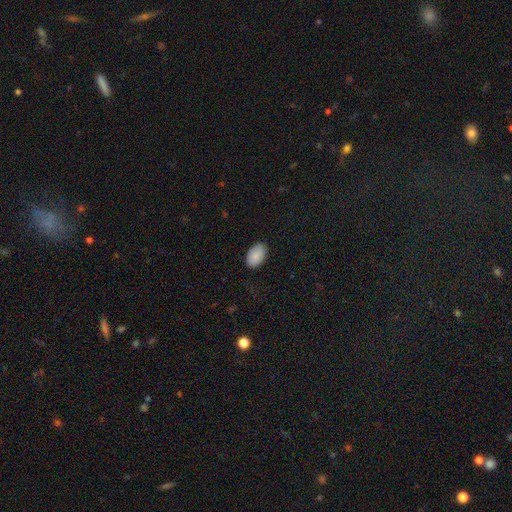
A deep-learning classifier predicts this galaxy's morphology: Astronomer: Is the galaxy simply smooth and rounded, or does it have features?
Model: smooth — 89%.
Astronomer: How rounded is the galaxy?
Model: in between — 93%.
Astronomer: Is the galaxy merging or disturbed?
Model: none — 84%.